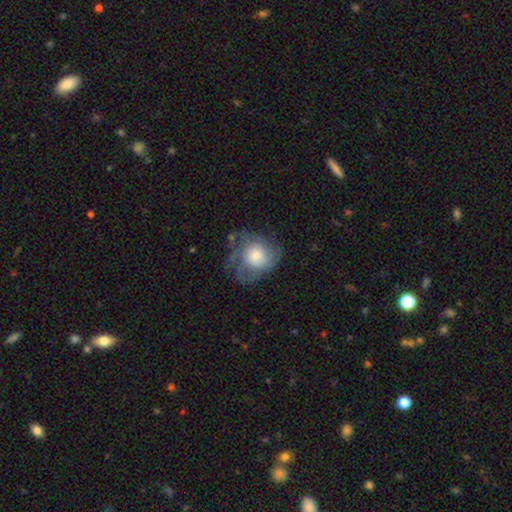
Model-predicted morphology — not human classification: This is possibly a featured or disk galaxy (52%). It is clearly not viewed edge-on (97%). Bar: clearly no (82%). Spiral arm pattern: likely yes (77%). Central bulge: marginally moderate (44%). Merging: possibly none (55%).